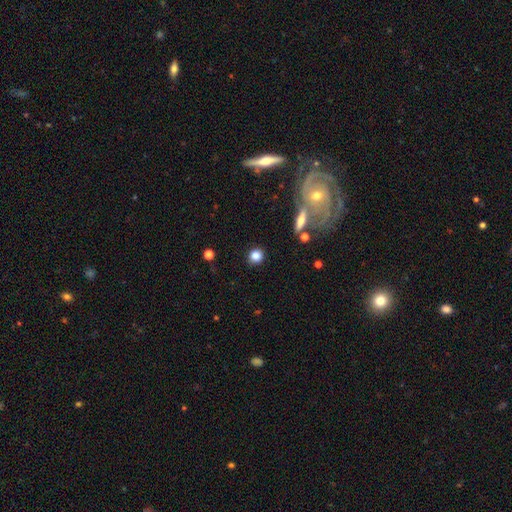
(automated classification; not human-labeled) A smooth galaxy with no disk features (84%) that is round (88%).

Vote fractions:
- Smooth or featured? smooth: 84% / star or artifact: 11% / featured or disk: 6%
- How rounded? round: 88% / in between: 10% / cigar-shaped: 2%
- Merging? none: 87% / minor disturbance: 7% / major disturbance: 3% / merger: 3%